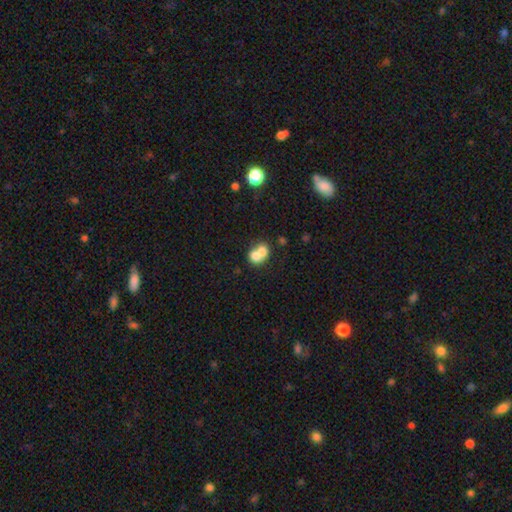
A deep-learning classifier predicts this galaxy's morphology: Overall: smooth (70%). How rounded: round (60%; in between 39%). Merging: merger (71%).